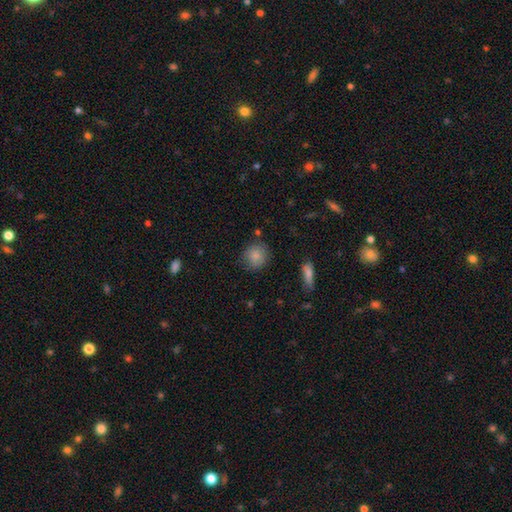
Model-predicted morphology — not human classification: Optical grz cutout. It shows a smooth galaxy with no disk features (83%) that is round (86%). Merging: none (79%).